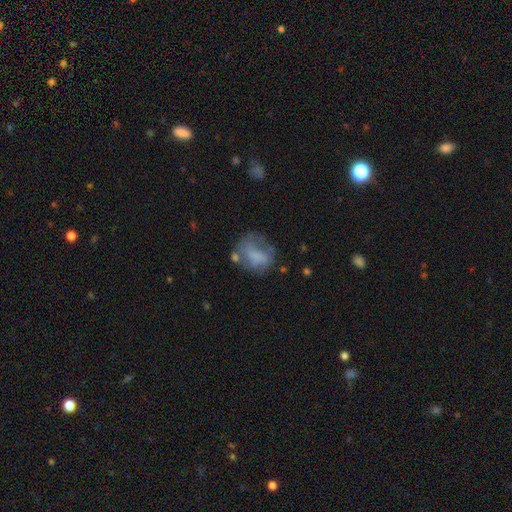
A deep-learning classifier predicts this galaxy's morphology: smooth 56%, featured or disk 34%, star or artifact 11%. Down the decision tree: how rounded — in between (51%); merging — none (43%).